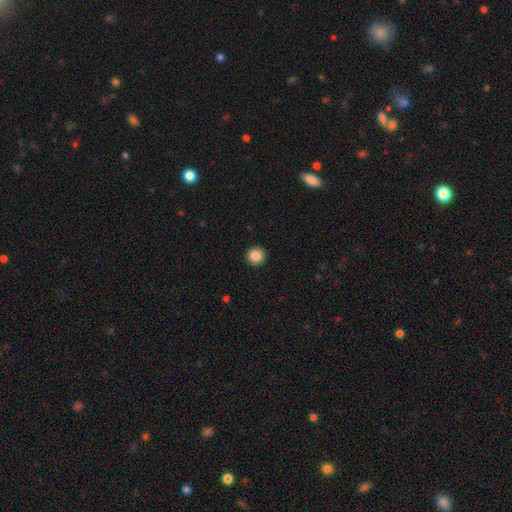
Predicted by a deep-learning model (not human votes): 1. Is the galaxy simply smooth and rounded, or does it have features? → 87% smooth, 9% star or artifact, 4% featured or disk.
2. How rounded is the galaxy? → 95% round, 4% in between, 1% cigar-shaped.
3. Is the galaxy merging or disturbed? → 93% none, 4% minor disturbance, 1% major disturbance, 1% merger.